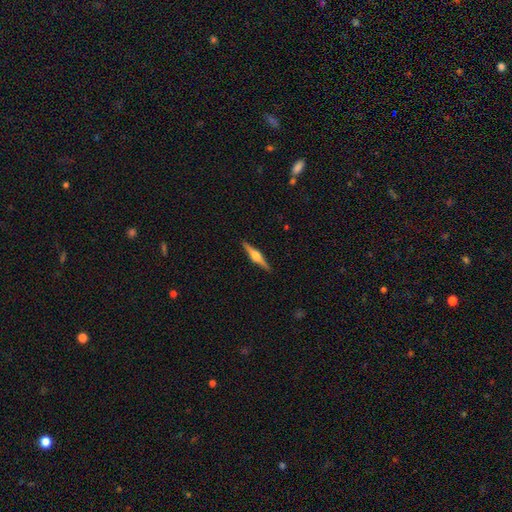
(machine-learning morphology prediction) This is likely a featured or disk galaxy (79%). It is clearly viewed edge-on (98%). Edge-on bulge: clearly rounded (92%). Merging: clearly none (92%).